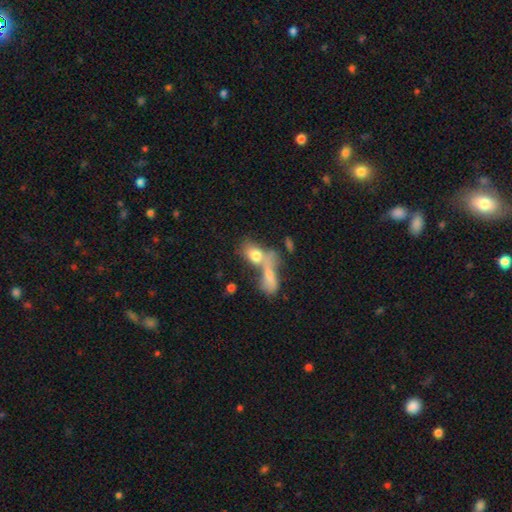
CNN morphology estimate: The model was most divided on "merging": merger: 60%, none: 21%, major disturbance: 10%, minor disturbance: 9%. More confident: how rounded — in between (74%); smooth or featured — smooth (73%).